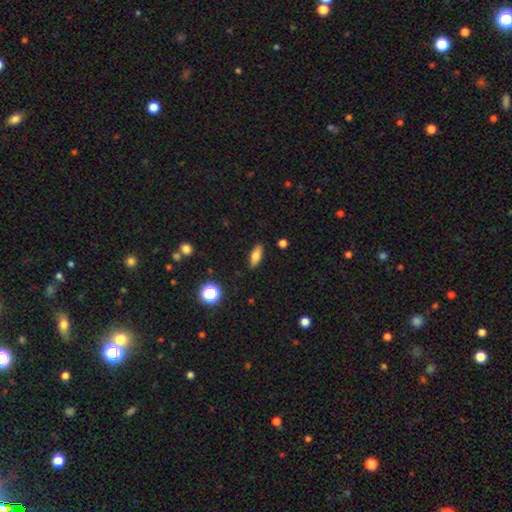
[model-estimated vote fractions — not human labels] The model was most divided on "how rounded": in between: 71%, cigar-shaped: 24%, round: 5%. More confident: merging — none (88%); smooth or featured — smooth (73%).